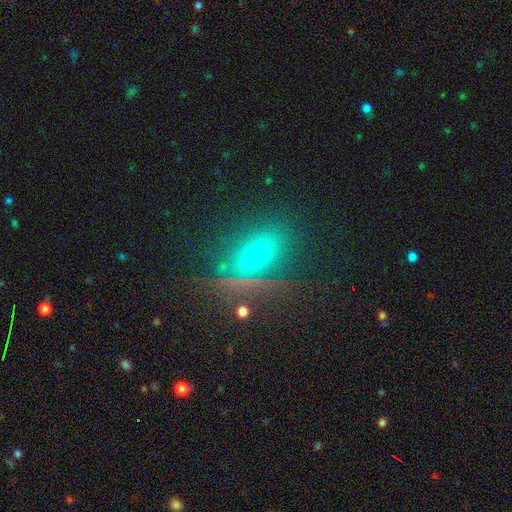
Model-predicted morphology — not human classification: The model was most divided on "smooth or featured": smooth: 53%, star or artifact: 27%, featured or disk: 19%. More confident: merging — none (77%); how rounded — in between (71%).